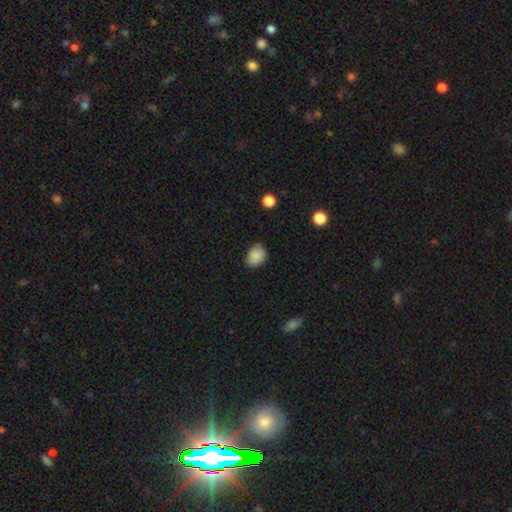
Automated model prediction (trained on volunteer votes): smooth-or-featured: smooth: 86% | star or artifact: 9% | featured or disk: 6%
  how-rounded: in between: 61% | round: 38% | cigar-shaped: 1%
  merging: none: 70% | minor disturbance: 25% | major disturbance: 4% | merger: 1%